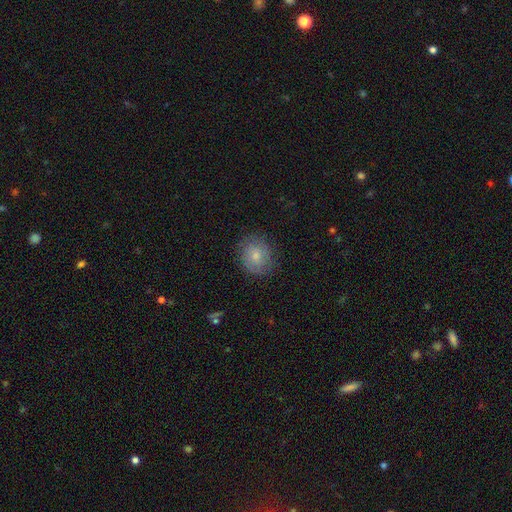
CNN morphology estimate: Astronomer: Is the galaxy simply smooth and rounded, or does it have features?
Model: smooth — 68%.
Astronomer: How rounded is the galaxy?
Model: round — 70%.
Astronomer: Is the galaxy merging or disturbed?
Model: none — 78%.